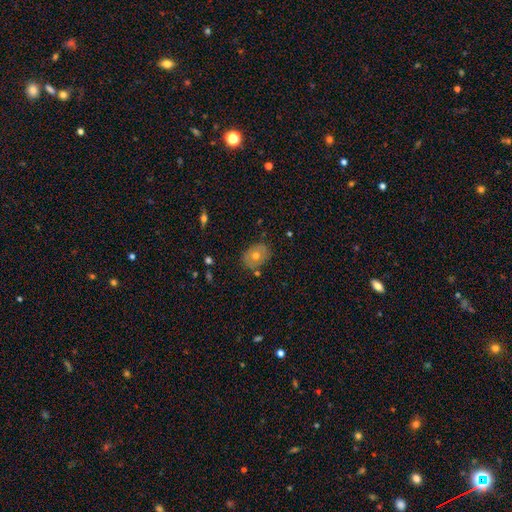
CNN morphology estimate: Smooth or featured: smooth — 57% (featured or disk — 31%)
How rounded: in between — 59% (round — 40%)
Merging: none — 81% (minor disturbance — 14%)